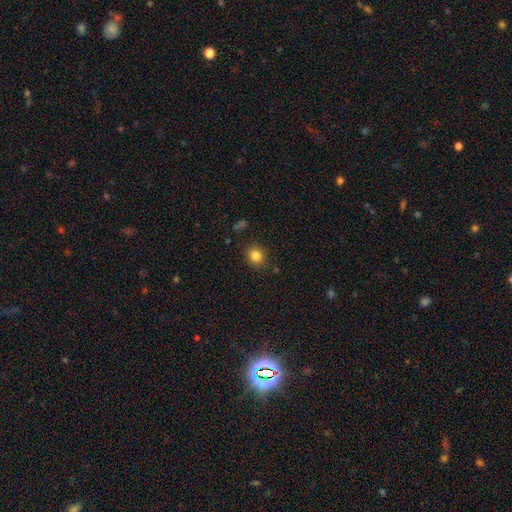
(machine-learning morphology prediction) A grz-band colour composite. It shows a smooth galaxy with no disk features (83%) that is round (80%). Merging: none (87%).